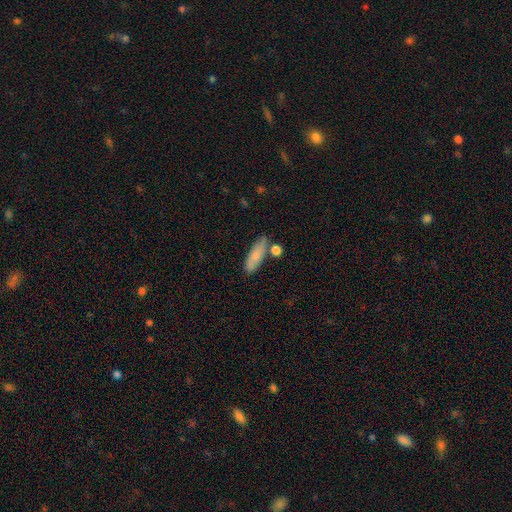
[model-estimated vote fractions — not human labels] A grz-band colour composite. It shows a smooth galaxy with no disk features (78%) that is in between round and cigar-shaped (51%). Merging: none (69%).